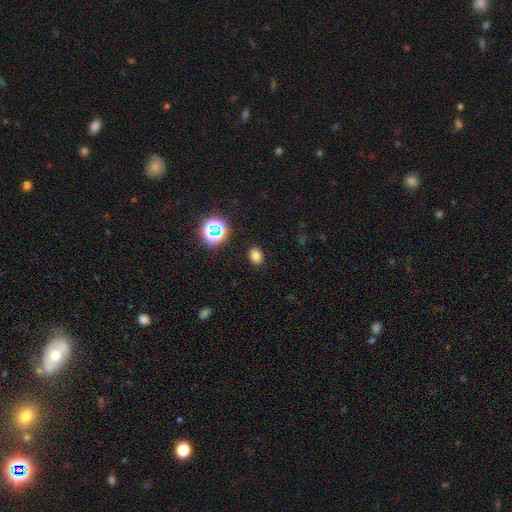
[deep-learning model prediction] This is likely a smooth galaxy (77%). How rounded: likely in between (63%). Merging: clearly none (88%).